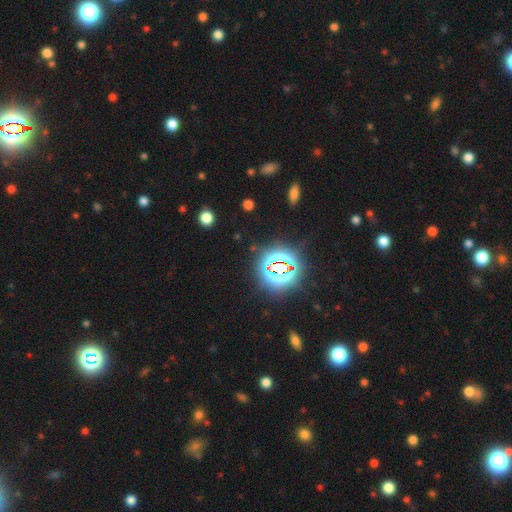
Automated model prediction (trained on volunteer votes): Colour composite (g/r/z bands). It shows a star or artifact, not a galaxy (81%).